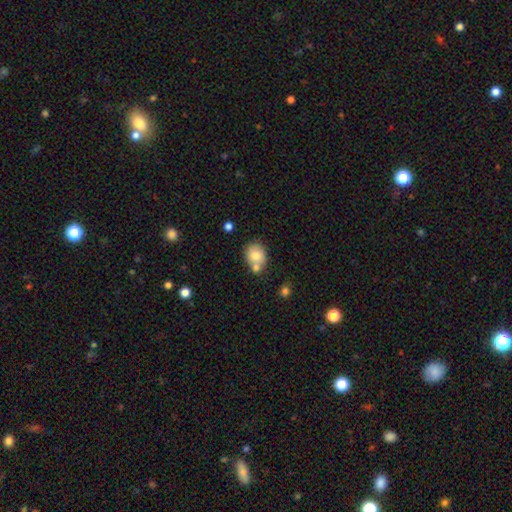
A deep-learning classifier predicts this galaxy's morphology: Smooth or featured?
  - smooth: 76% *
  - featured or disk: 15%
  - star or artifact: 8%
How rounded?
  - round: 62% *
  - in between: 37%
  - cigar-shaped: 1%
Merging?
  - none: 48% *
  - merger: 34%
  - minor disturbance: 14%
  - major disturbance: 4%